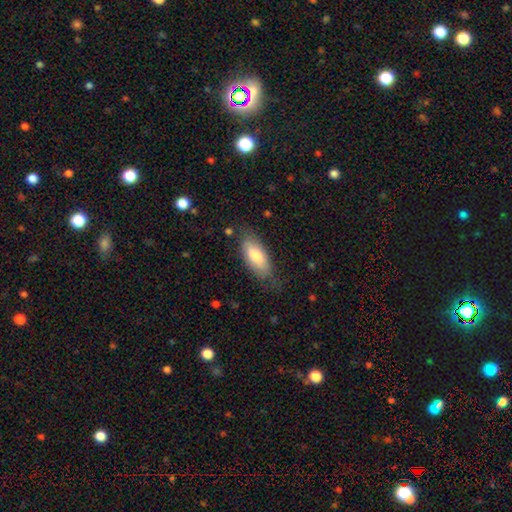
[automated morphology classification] This appears to be a smooth galaxy with no disk features (75%) that is in between round and cigar-shaped (82%). Merging: none (73%).